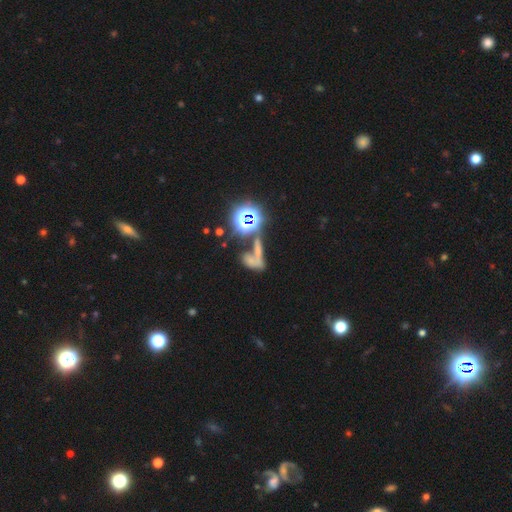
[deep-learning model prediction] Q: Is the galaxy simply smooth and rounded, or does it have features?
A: smooth — 39%.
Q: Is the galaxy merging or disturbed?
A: merger — 48%.